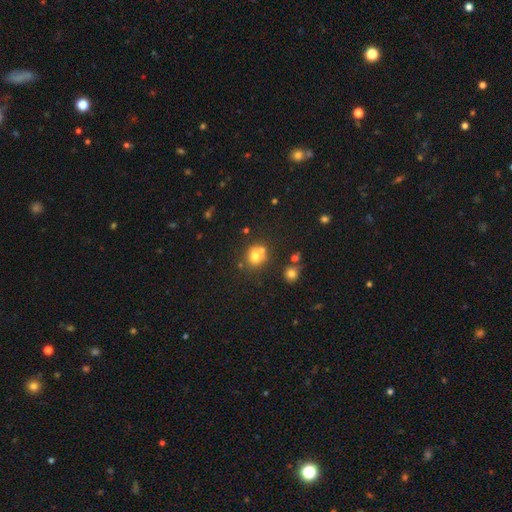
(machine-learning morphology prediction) This is likely a smooth galaxy (71%). How rounded: clearly round (81%). Merging: possibly none (51%).